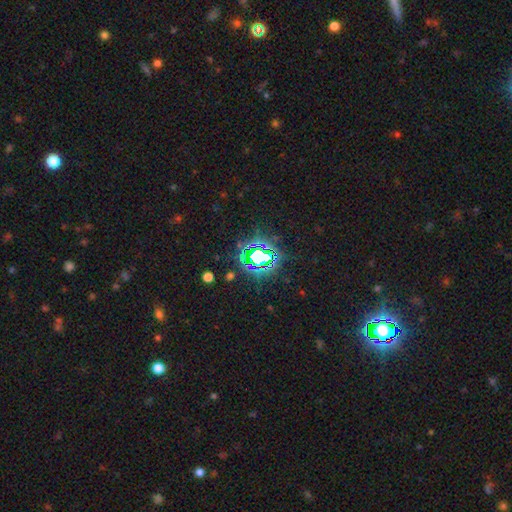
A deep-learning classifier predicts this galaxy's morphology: A star or artifact, not a galaxy (71%).

Vote fractions:
- Smooth or featured? star or artifact: 71% / smooth: 18% / featured or disk: 11%